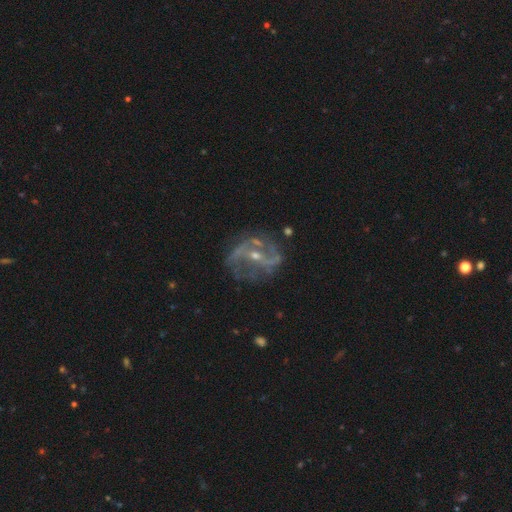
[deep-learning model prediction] Smooth or featured: featured or disk — 85% (star or artifact — 9%)
Edge-on disk: no — 96% (yes — 4%)
Bar: weak — 39% (strong — 36%)
Spiral arms: yes — 89% (no — 11%)
Spiral winding: loose — 43% (medium — 40%)
Spiral arm count: 2 — 73% (can't tell — 12%)
Bulge size: small — 64% (moderate — 32%)
Merging: none — 68% (minor disturbance — 18%)